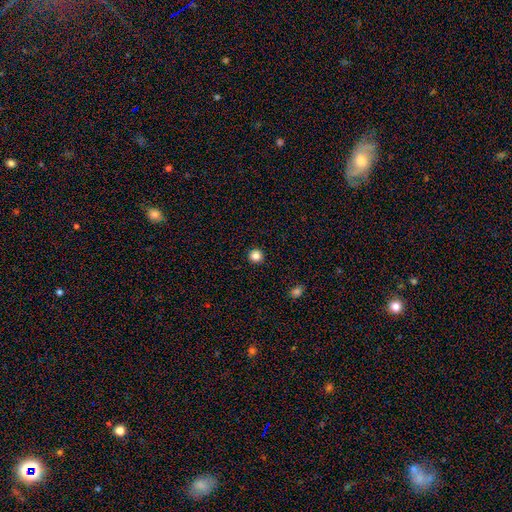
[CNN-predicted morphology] Q: Smooth or featured?
A: smooth (84%); runner-up: star or artifact (12%)
Q: How rounded?
A: round (95%); runner-up: in between (4%)
Q: Merging?
A: none (93%); runner-up: minor disturbance (4%)